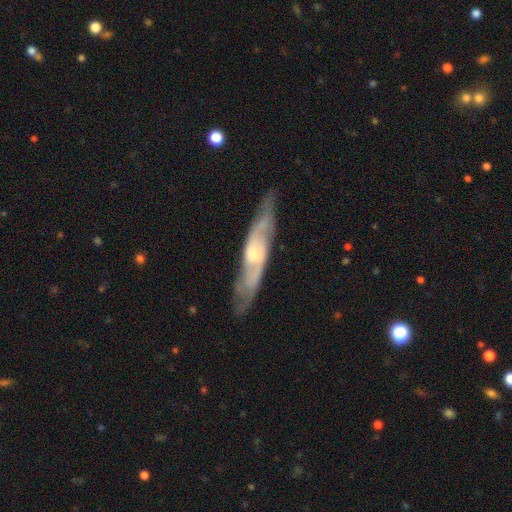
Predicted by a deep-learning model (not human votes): A featured or disk galaxy (75%). Merging: none (79%).